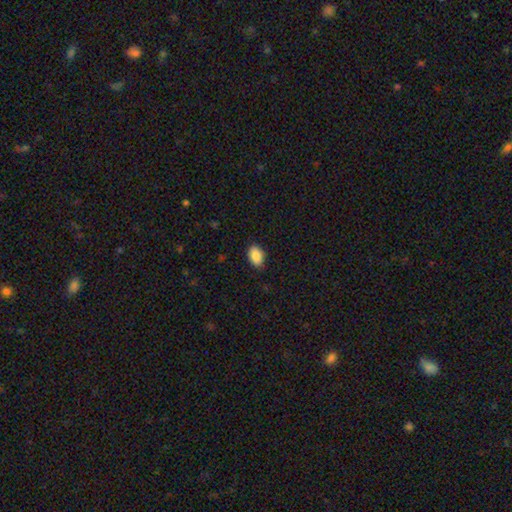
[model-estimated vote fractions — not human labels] smooth-or-featured: smooth: 87% | star or artifact: 7% | featured or disk: 5%
  how-rounded: in between: 87% | round: 12% | cigar-shaped: 1%
  merging: none: 85% | minor disturbance: 12% | major disturbance: 2% | merger: 1%